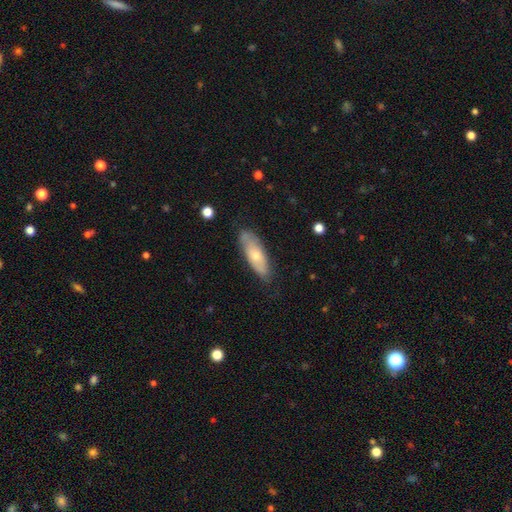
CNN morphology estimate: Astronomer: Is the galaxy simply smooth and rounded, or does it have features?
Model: smooth — 58% (runner-up: featured or disk, 37%).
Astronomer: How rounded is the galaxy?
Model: in between — 61% (runner-up: cigar-shaped, 37%).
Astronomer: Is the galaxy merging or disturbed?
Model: none — 74%.